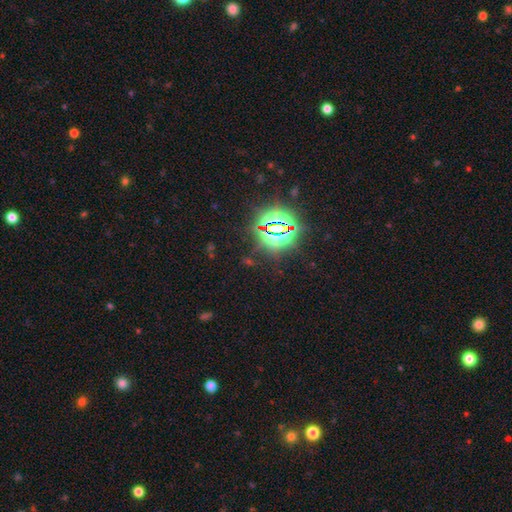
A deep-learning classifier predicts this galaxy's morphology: star or artifact 82%, smooth 11%, featured or disk 7%.